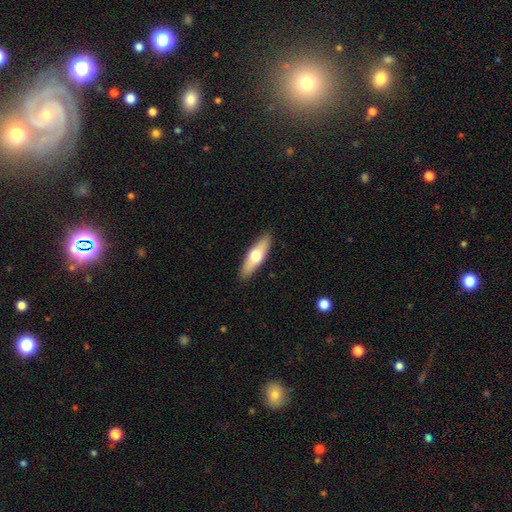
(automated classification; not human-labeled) This is possibly a smooth galaxy (54%). How rounded: possibly cigar-shaped (53%). Merging: clearly none (89%).